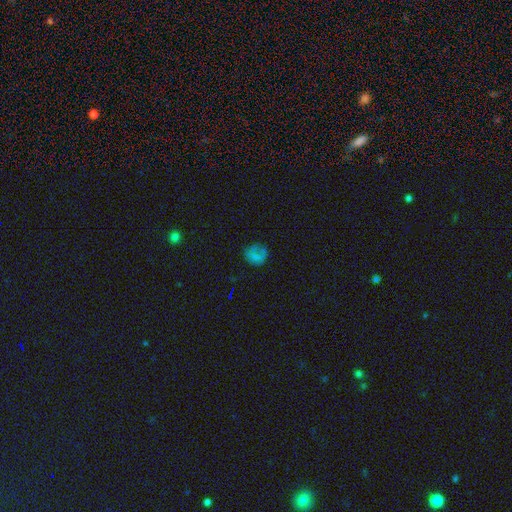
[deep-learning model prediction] smooth_or_featured: smooth (p=0.58) [alt: star or artifact p=0.22]
how_rounded: round (p=0.72) [alt: in between p=0.27]
merging: none (p=0.54) [alt: minor disturbance p=0.24]